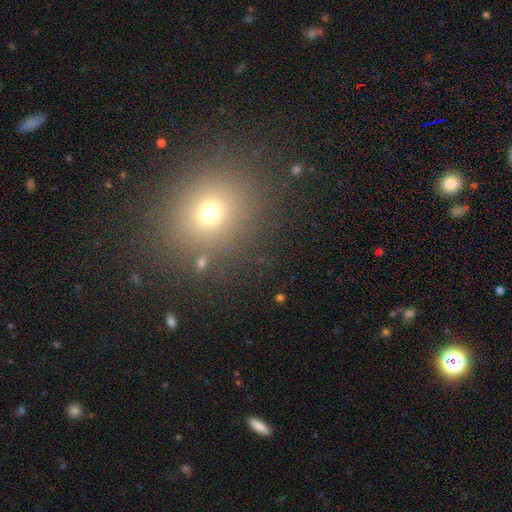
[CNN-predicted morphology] This appears to be a smooth galaxy with no disk features (64%) that is round (72%). Merging: none (87%).